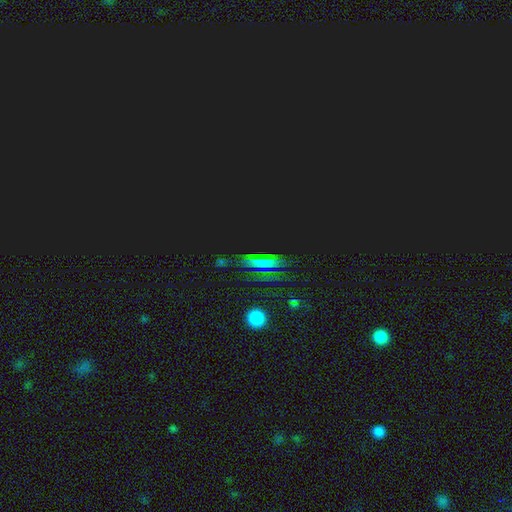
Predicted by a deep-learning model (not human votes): smooth_or_featured: star or artifact (p=0.63) [alt: smooth p=0.23]